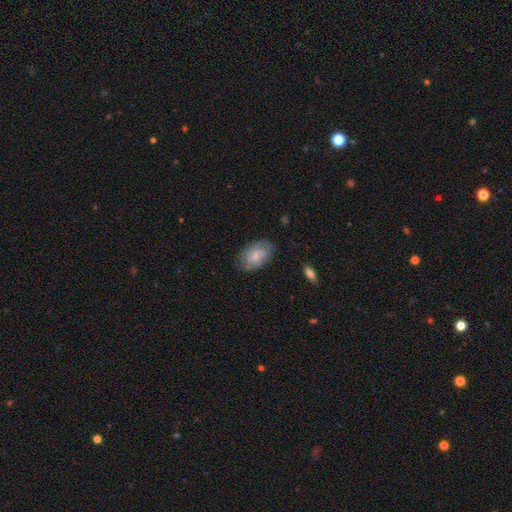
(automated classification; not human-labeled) Smooth or featured: featured or disk — 47% (smooth — 46%)
Merging: none — 73% (minor disturbance — 20%)